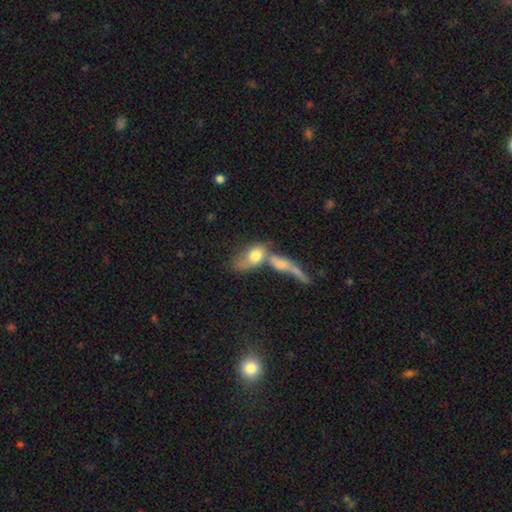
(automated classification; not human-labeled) smooth 67%, featured or disk 24%, star or artifact 8%. Down the decision tree: how rounded — in between (72%); merging — merger (61%).